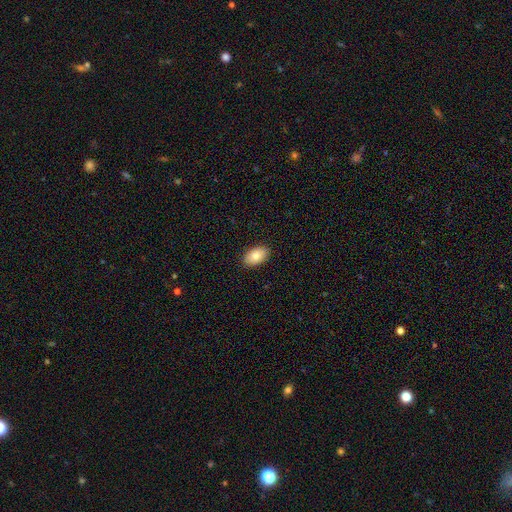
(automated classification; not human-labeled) Overall: smooth (82%). How rounded: in between (92%). Merging: none (90%).